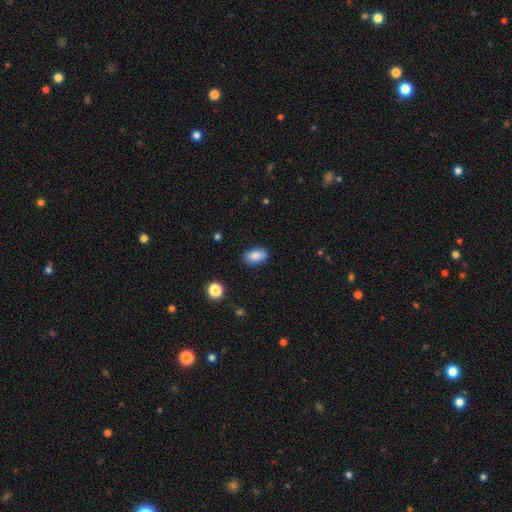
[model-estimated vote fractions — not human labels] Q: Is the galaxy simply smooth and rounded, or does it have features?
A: smooth — 84%.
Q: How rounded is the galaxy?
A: in between — 90%.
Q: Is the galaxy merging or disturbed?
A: none — 84%.